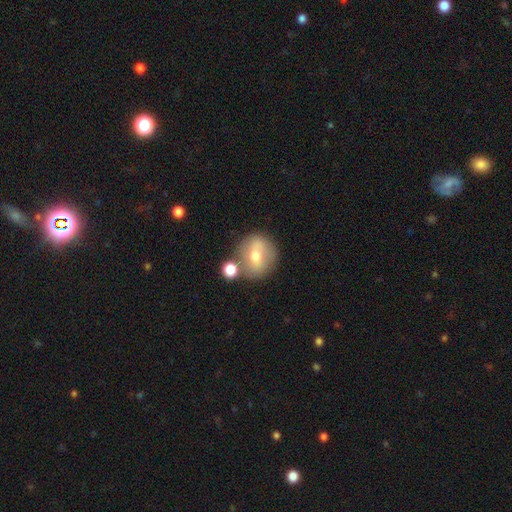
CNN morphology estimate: Smooth or featured?
  - smooth: 58% *
  - featured or disk: 32%
  - star or artifact: 10%
How rounded?
  - round: 84% *
  - in between: 15%
  - cigar-shaped: 1%
Merging?
  - none: 65% *
  - merger: 17%
  - minor disturbance: 13%
  - major disturbance: 4%